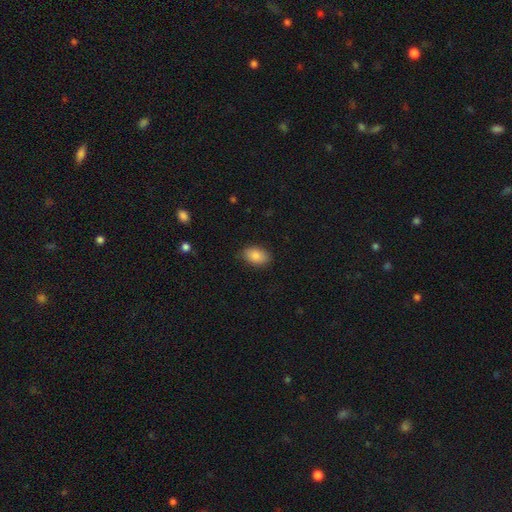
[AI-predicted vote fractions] Smooth or featured?
  - smooth: 86% *
  - star or artifact: 8%
  - featured or disk: 7%
How rounded?
  - in between: 88% *
  - round: 10%
  - cigar-shaped: 1%
Merging?
  - none: 83% *
  - minor disturbance: 13%
  - major disturbance: 3%
  - merger: 1%